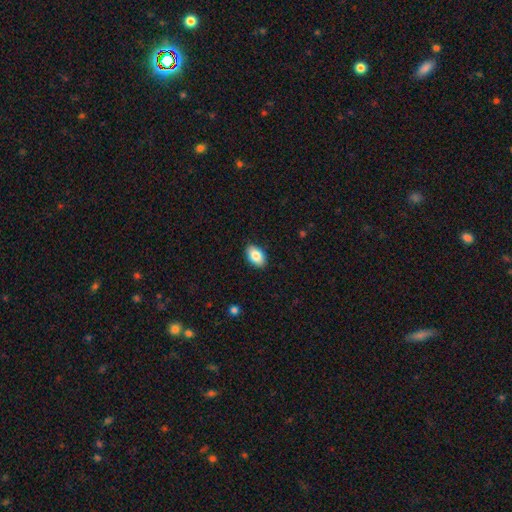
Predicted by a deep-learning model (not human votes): Overall: smooth (85%). How rounded: in between (92%). Merging: none (88%).